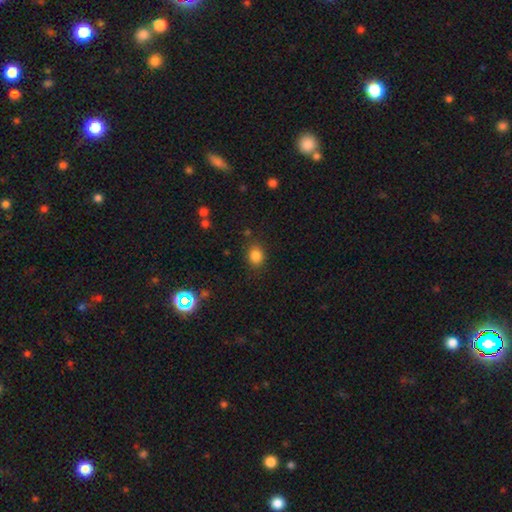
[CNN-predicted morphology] This is clearly a smooth galaxy (83%). How rounded: possibly round (59%). Merging: clearly none (82%).